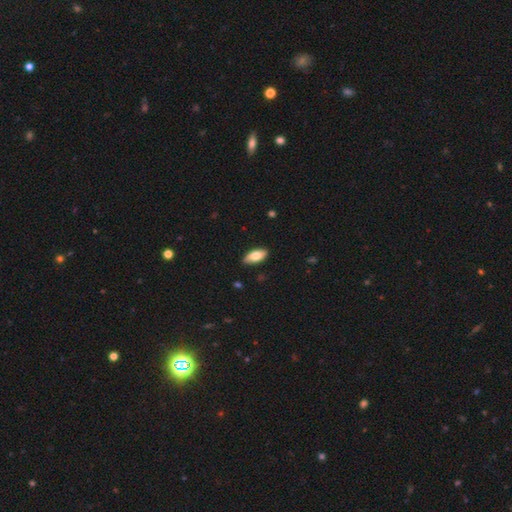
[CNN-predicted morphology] Q: Smooth or featured?
A: smooth (76%); runner-up: featured or disk (18%)
Q: How rounded?
A: in between (90%); runner-up: cigar-shaped (7%)
Q: Merging?
A: none (87%); runner-up: minor disturbance (10%)